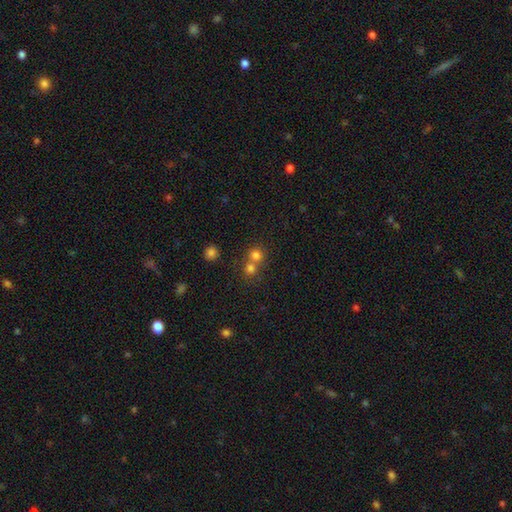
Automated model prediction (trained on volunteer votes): smooth-or-featured: smooth: 76% | star or artifact: 15% | featured or disk: 9%
  how-rounded: round: 90% | in between: 10% | cigar-shaped: 1%
  merging: none: 49% | merger: 45% | minor disturbance: 5% | major disturbance: 2%